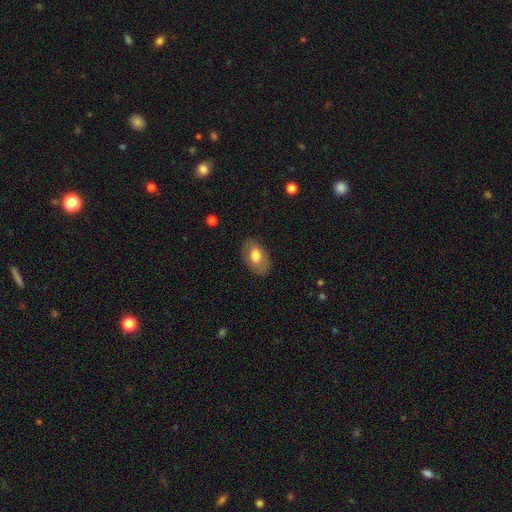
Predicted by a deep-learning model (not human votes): Q: Smooth or featured?
A: smooth (71%); runner-up: featured or disk (22%)
Q: How rounded?
A: in between (90%); runner-up: round (9%)
Q: Merging?
A: none (83%); runner-up: minor disturbance (13%)